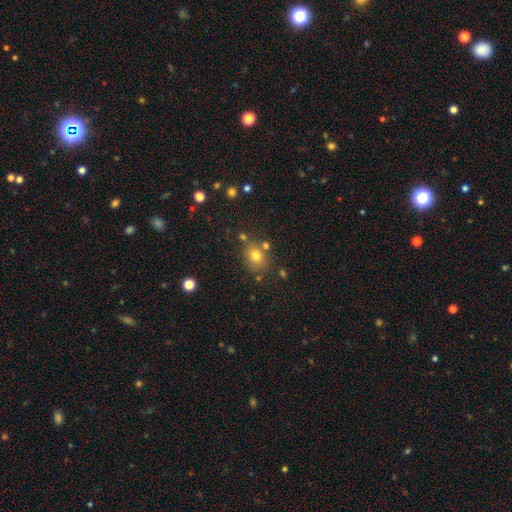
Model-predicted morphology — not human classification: Smooth or featured? Predicted: smooth (p=0.75). How rounded? Predicted: round (p=0.58). Merging? Predicted: none (p=0.72).